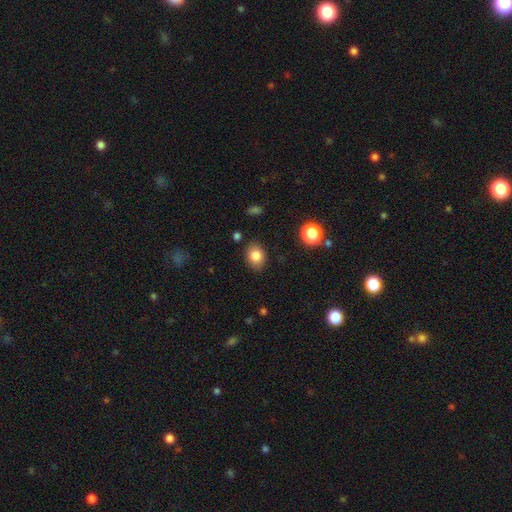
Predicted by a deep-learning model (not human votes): smooth_or_featured: smooth (p=0.83) [alt: star or artifact p=0.10]
how_rounded: in between (p=0.58) [alt: round p=0.41]
merging: none (p=0.86) [alt: minor disturbance p=0.10]